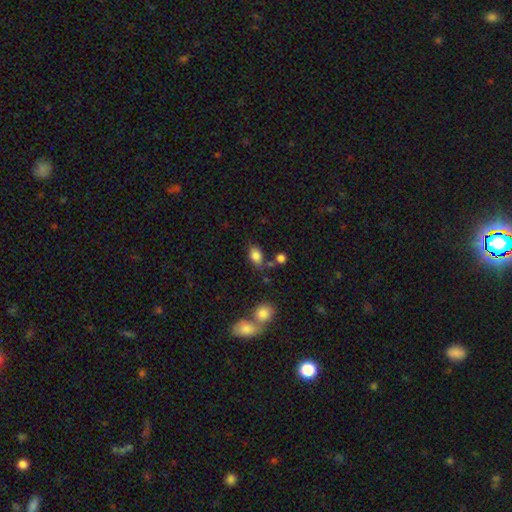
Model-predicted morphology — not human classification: Smooth or featured?
  - smooth: 83% *
  - star or artifact: 10%
  - featured or disk: 7%
How rounded?
  - in between: 83% *
  - round: 15%
  - cigar-shaped: 2%
Merging?
  - none: 65% *
  - minor disturbance: 19%
  - merger: 11%
  - major disturbance: 5%